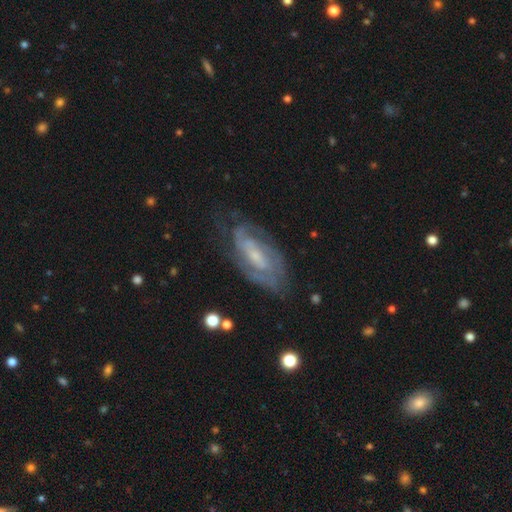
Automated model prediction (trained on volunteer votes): Smooth or featured? featured or disk (82%)
Edge-on disk? no (93%)
Bar? weak (44%)
Spiral arms? yes (92%)
Spiral winding? tight (56%)
Spiral arm count? 2 (43%)
Bulge size? small (60%)
Merging? none (69%)